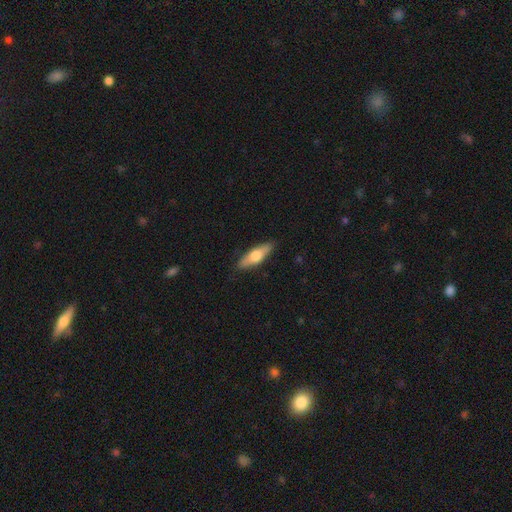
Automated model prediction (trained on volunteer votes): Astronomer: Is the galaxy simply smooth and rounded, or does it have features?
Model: smooth — 57% (runner-up: featured or disk, 37%).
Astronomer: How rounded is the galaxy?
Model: cigar-shaped — 55% (runner-up: in between, 43%).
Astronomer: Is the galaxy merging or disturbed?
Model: none — 88%.